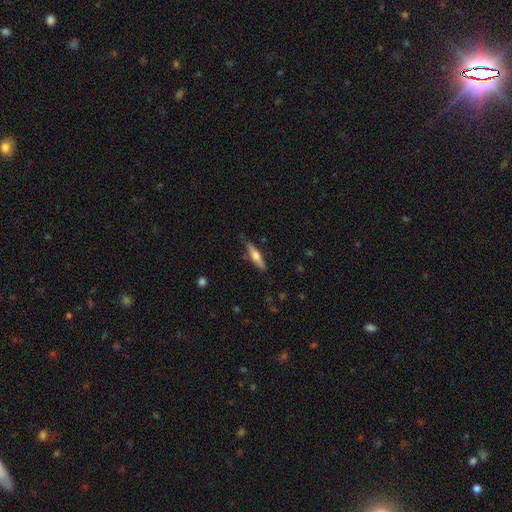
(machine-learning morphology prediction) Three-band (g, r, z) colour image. It shows a featured or disk galaxy (50%). Merging: none (80%).